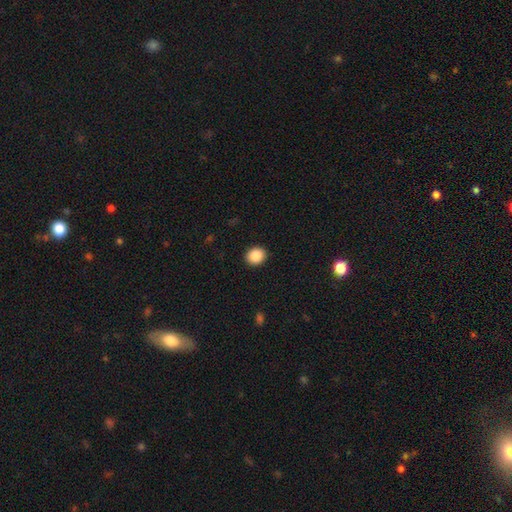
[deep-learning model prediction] smooth 87%, star or artifact 9%, featured or disk 4%. Down the decision tree: how rounded — round (73%); merging — none (92%).